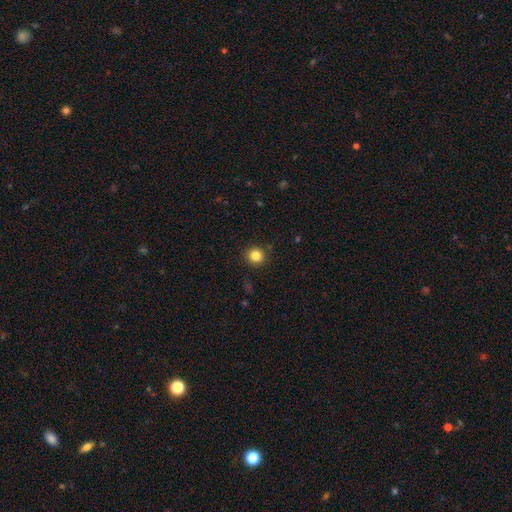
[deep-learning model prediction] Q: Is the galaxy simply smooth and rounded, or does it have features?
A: smooth — 84%.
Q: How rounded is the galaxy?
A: round — 93%.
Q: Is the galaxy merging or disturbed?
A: none — 92%.